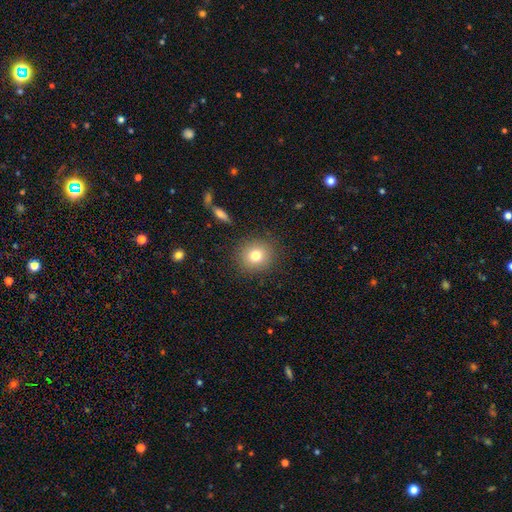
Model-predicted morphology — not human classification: smooth 78%, star or artifact 11%, featured or disk 11%. Down the decision tree: how rounded — round (88%); merging — none (89%).